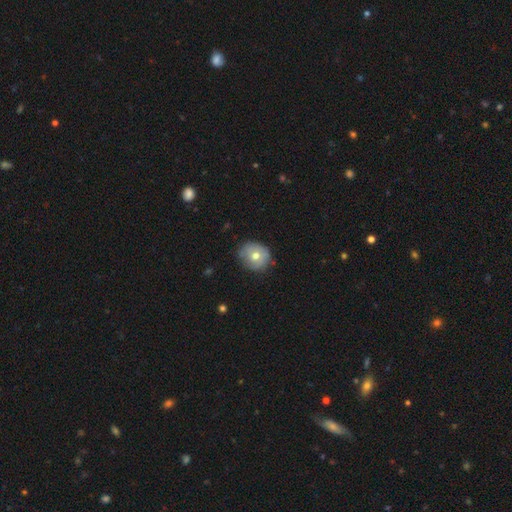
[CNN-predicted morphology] smooth_or_featured: smooth (p=0.60) [alt: featured or disk p=0.32]
how_rounded: round (p=0.78) [alt: in between p=0.21]
merging: none (p=0.70) [alt: minor disturbance p=0.23]